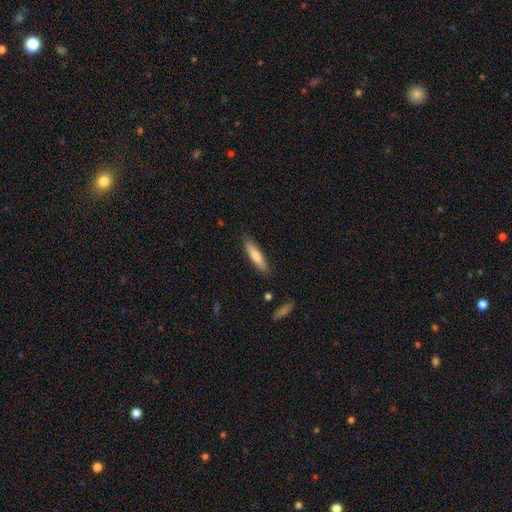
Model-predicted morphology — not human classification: type=smooth (70%); roundness=cigar-shaped (81%); merging=none (87%).